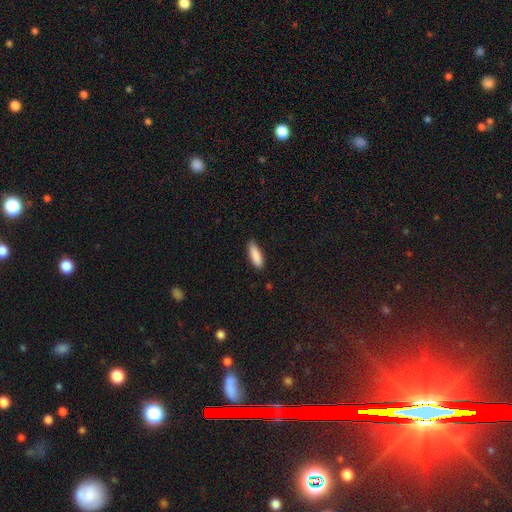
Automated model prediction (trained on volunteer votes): Smooth or featured?
  - smooth: 89% *
  - star or artifact: 6%
  - featured or disk: 5%
How rounded?
  - in between: 54% *
  - cigar-shaped: 45%
  - round: 2%
Merging?
  - none: 83% *
  - minor disturbance: 13%
  - major disturbance: 2%
  - merger: 1%